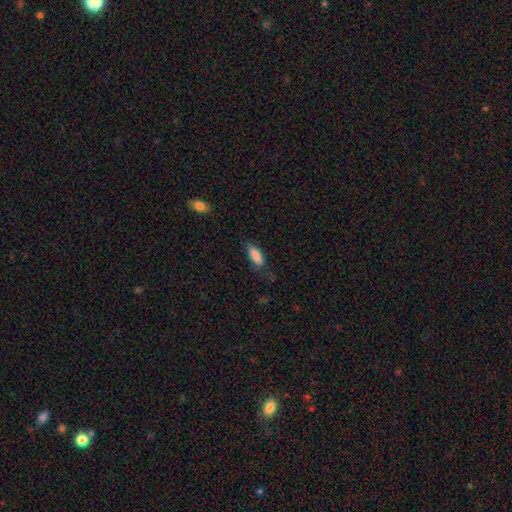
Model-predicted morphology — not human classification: The model was most divided on "merging": none: 66%, minor disturbance: 24%, major disturbance: 8%, merger: 2%. More confident: smooth or featured — smooth (87%); how rounded — in between (77%).